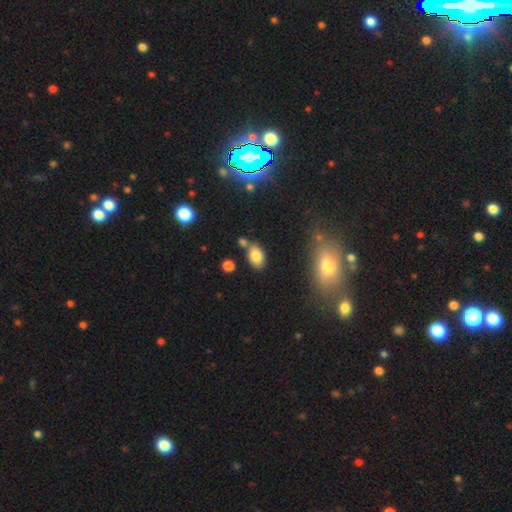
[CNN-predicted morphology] The model was most divided on "merging": none: 69%, minor disturbance: 14%, merger: 14%, major disturbance: 4%. More confident: how rounded — in between (87%); smooth or featured — smooth (81%).